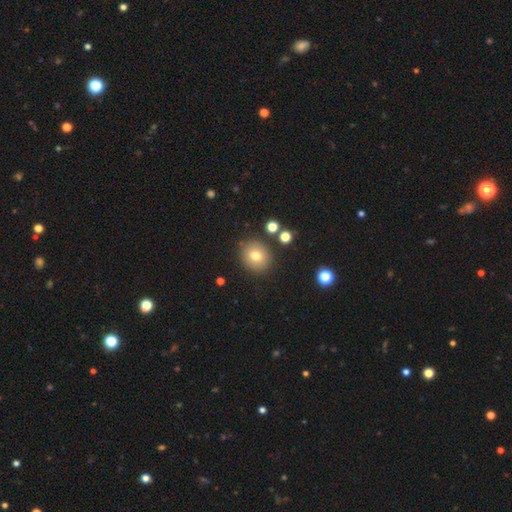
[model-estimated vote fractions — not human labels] This appears to be a smooth galaxy with no disk features (75%) that is round (79%). Merging: none (86%).